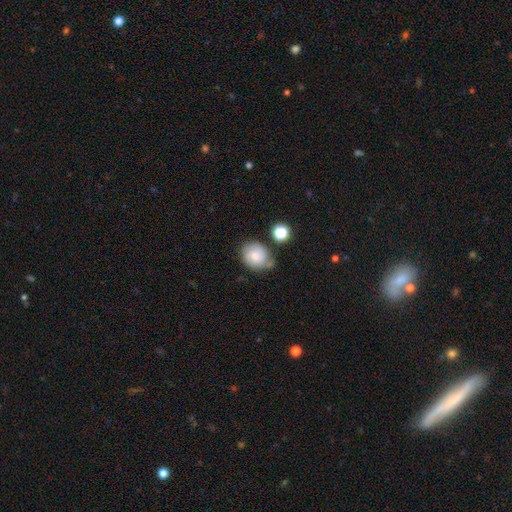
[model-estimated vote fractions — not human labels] A smooth galaxy with no disk features (63%) that is round (68%).

Vote fractions:
- Smooth or featured? smooth: 63% / featured or disk: 28% / star or artifact: 9%
- How rounded? round: 68% / in between: 31% / cigar-shaped: 1%
- Merging? none: 54% / minor disturbance: 26% / merger: 13% / major disturbance: 8%